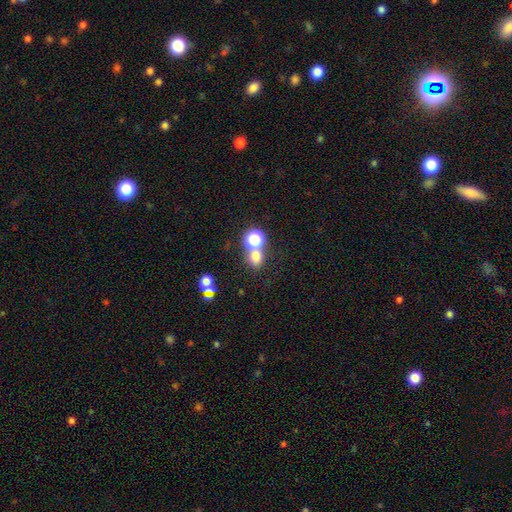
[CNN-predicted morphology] Q: Smooth or featured?
A: smooth (73%); runner-up: star or artifact (18%)
Q: How rounded?
A: round (72%); runner-up: in between (27%)
Q: Merging?
A: none (47%); runner-up: merger (42%)